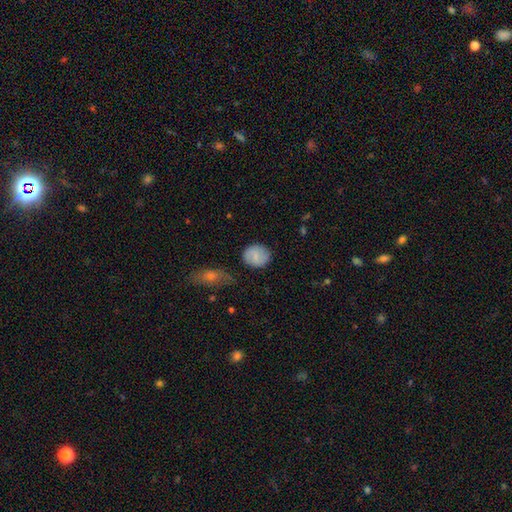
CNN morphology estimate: This appears to be a smooth galaxy with no disk features (72%) that is round (75%). Merging: none (79%).